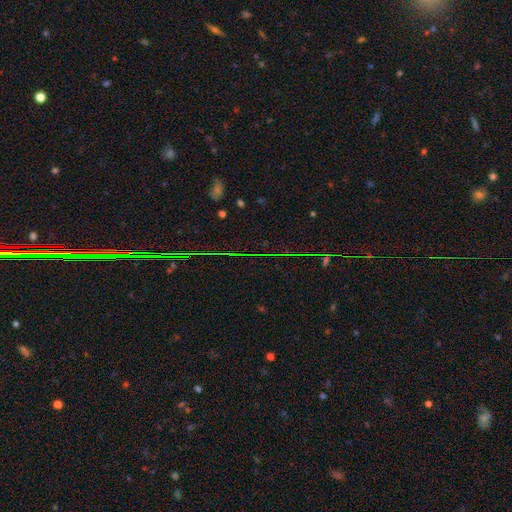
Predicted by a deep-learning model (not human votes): Overall: star or artifact (83%).